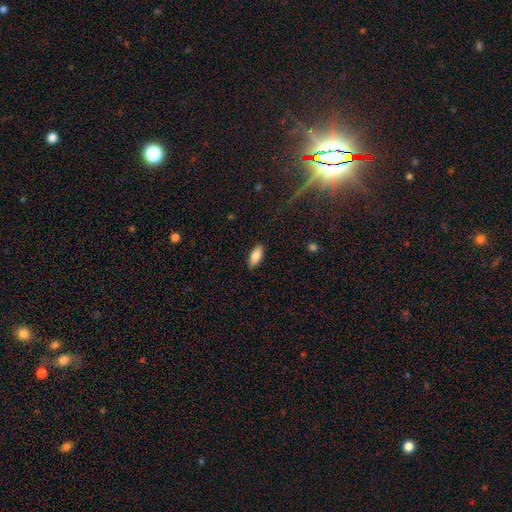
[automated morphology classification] This appears to be a smooth galaxy with no disk features (84%) that is in between round and cigar-shaped (87%). Merging: none (88%).